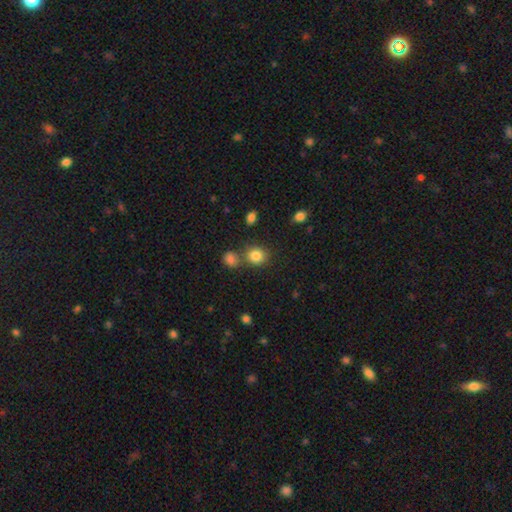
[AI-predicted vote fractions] Overall: smooth (83%). How rounded: round (81%). Merging: none (69%).